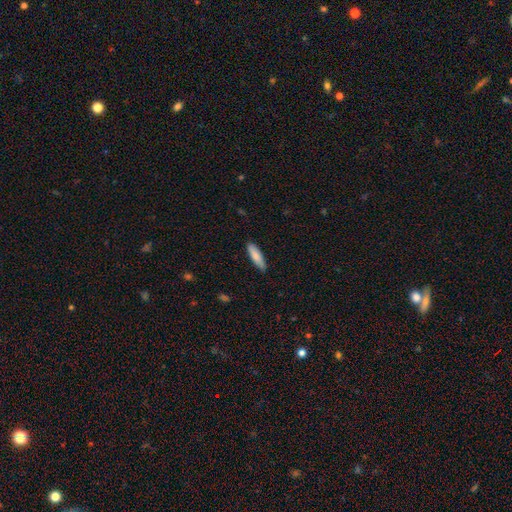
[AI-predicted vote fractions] Smooth or featured: smooth — 82% (featured or disk — 12%)
How rounded: cigar-shaped — 63% (in between — 36%)
Merging: none — 84% (minor disturbance — 13%)